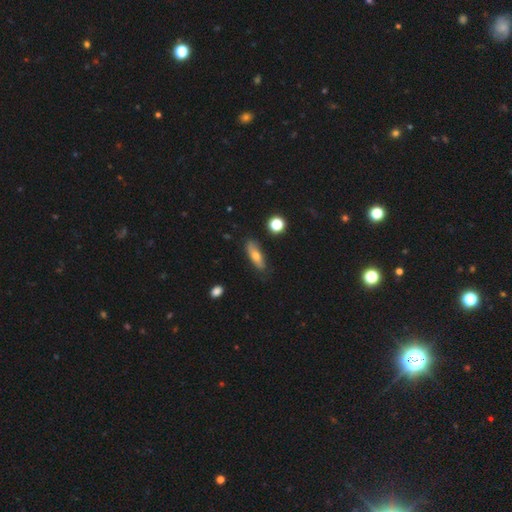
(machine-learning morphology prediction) type=smooth (64%); roundness=in between (51%); merging=none (78%).